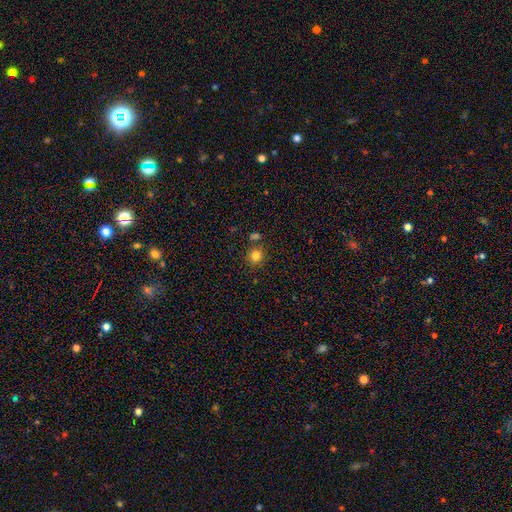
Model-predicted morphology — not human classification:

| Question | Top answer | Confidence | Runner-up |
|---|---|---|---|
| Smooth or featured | smooth | 82% | star or artifact (13%) |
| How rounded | round | 89% | in between (10%) |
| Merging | none | 79% | merger (10%) |